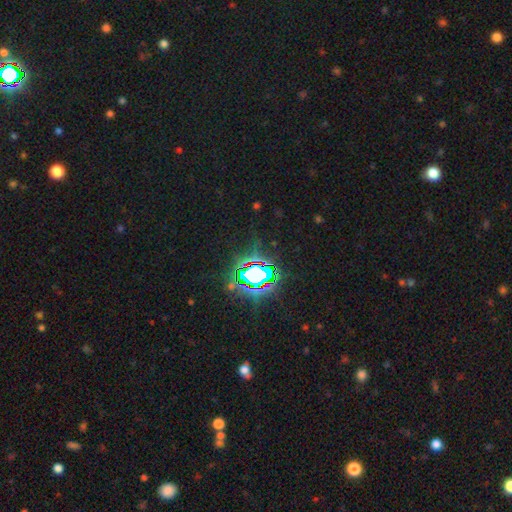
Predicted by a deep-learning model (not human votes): Q: Smooth or featured?
A: star or artifact (83%); runner-up: smooth (10%)